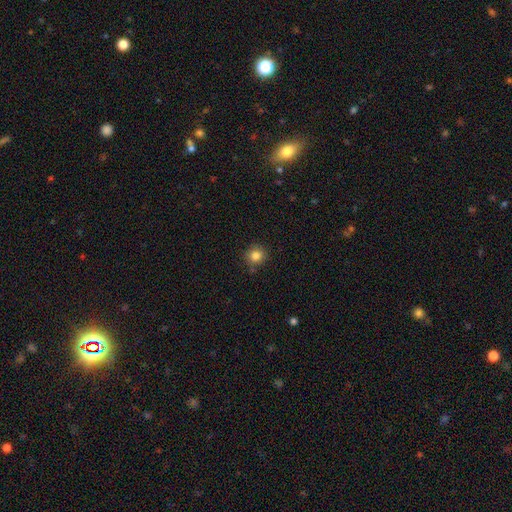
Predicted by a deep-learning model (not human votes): smooth_or_featured: smooth (p=0.84) [alt: star or artifact p=0.11]
how_rounded: round (p=0.90) [alt: in between p=0.09]
merging: none (p=0.85) [alt: minor disturbance p=0.10]